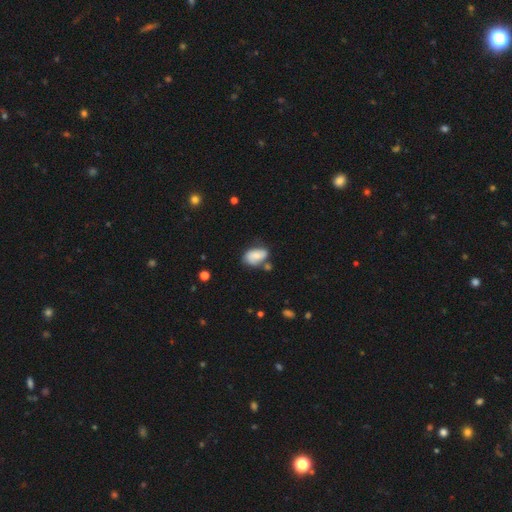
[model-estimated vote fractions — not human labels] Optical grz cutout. It shows a smooth galaxy with no disk features (58%) that is in between round and cigar-shaped (87%). Merging: none (49%).